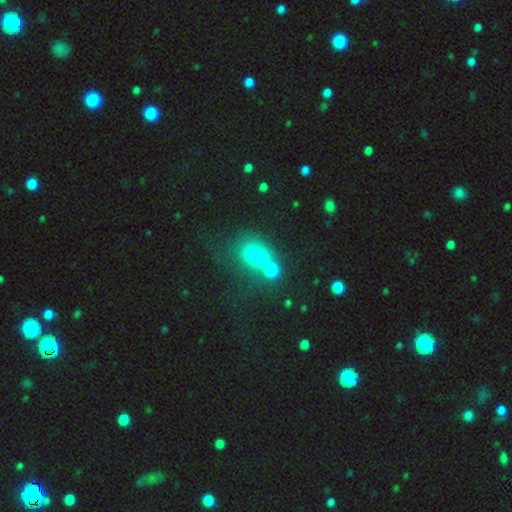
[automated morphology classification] smooth 63%, star or artifact 19%, featured or disk 18%. Down the decision tree: how rounded — in between (57%); merging — merger (45%).